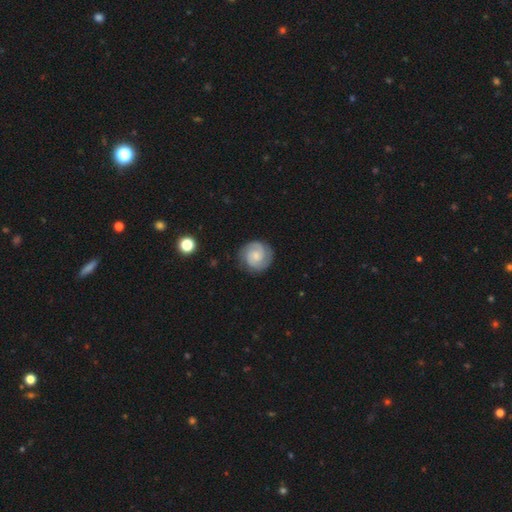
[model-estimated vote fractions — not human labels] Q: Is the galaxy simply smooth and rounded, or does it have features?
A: featured or disk — 74%.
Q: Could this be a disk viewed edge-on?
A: no — 98%.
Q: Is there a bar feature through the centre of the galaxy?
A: no — 62%.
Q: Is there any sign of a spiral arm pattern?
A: yes — 96%.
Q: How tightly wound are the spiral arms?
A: tight — 62%.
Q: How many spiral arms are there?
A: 2 — 78%.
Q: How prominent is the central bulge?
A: small — 49%.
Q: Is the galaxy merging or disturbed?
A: none — 83%.